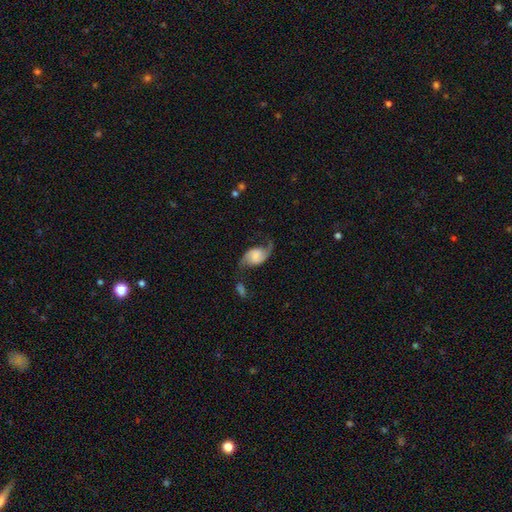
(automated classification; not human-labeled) smooth_or_featured: featured or disk (p=0.75) [alt: smooth p=0.18]
disk_edge_on: no (p=0.97) [alt: yes p=0.03]
bar: no (p=0.54) [alt: weak p=0.36]
has_spiral_arms: yes (p=0.94) [alt: no p=0.06]
spiral_winding: loose (p=0.67) [alt: medium p=0.25]
spiral_arm_count: 2 (p=0.90) [alt: 1 p=0.05]
bulge_size: small (p=0.34) [alt: none p=0.28]
merging: none (p=0.55) [alt: minor disturbance p=0.21]